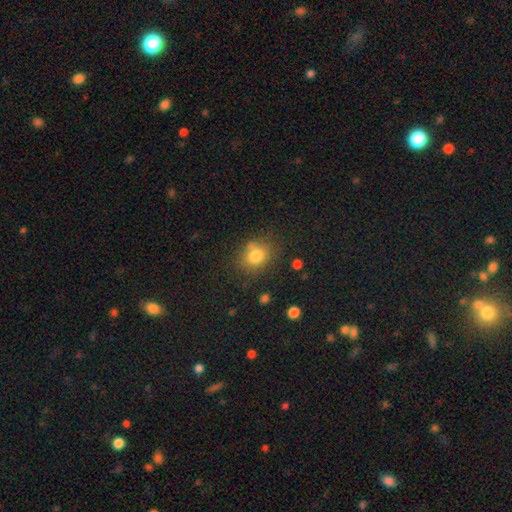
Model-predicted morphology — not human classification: Overall: smooth (79%). How rounded: round (57%; in between 42%). Merging: none (69%).